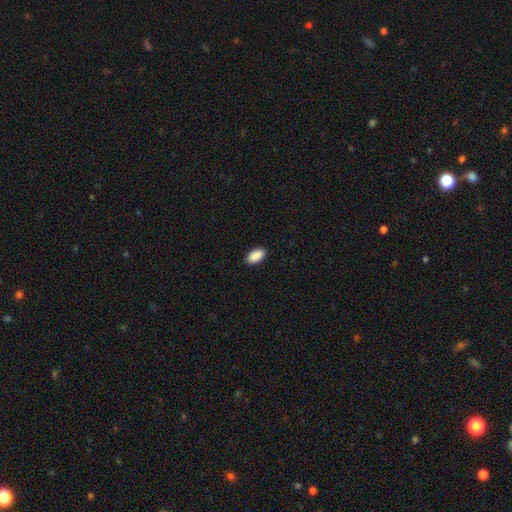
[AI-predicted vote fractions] Q: Smooth or featured?
A: smooth (91%); runner-up: star or artifact (7%)
Q: How rounded?
A: in between (95%); runner-up: round (3%)
Q: Merging?
A: none (90%); runner-up: minor disturbance (7%)